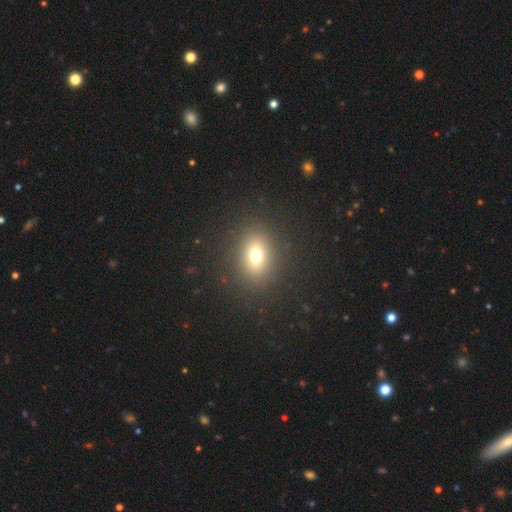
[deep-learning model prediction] Q: Smooth or featured?
A: smooth (71%); runner-up: star or artifact (16%)
Q: How rounded?
A: in between (54%); runner-up: round (44%)
Q: Merging?
A: none (87%); runner-up: minor disturbance (8%)